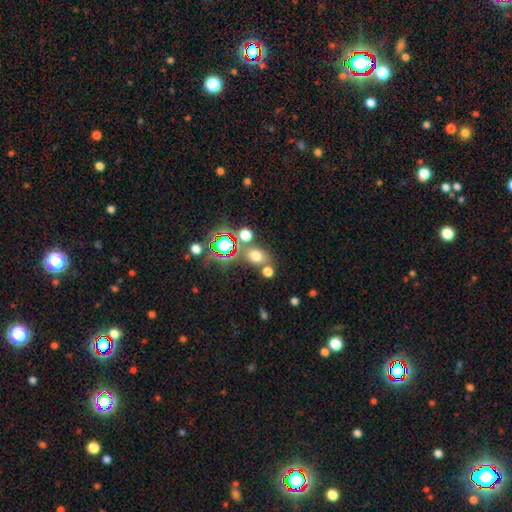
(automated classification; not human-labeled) Smooth or featured? Predicted: smooth (p=0.63). How rounded? Predicted: in between (p=0.52). Merging? Predicted: none (p=0.63).